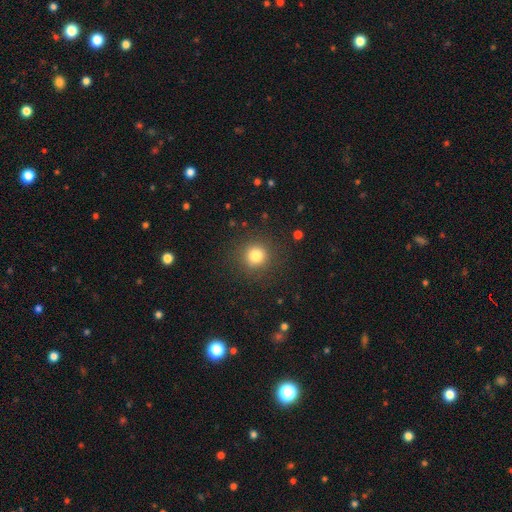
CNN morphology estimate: smooth_or_featured: smooth (p=0.81) [alt: star or artifact p=0.13]
how_rounded: round (p=0.93) [alt: in between p=0.06]
merging: none (p=0.89) [alt: minor disturbance p=0.07]